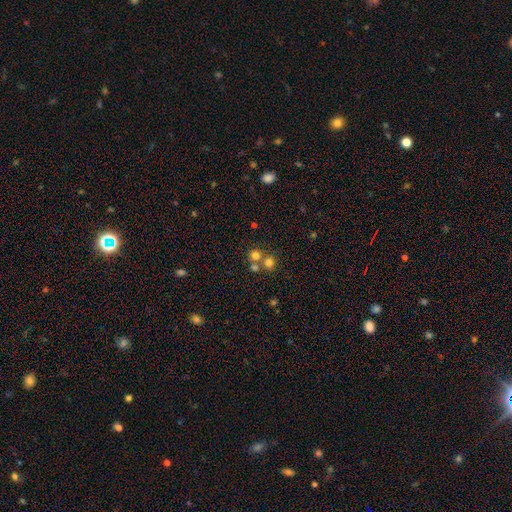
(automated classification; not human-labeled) Morphology: type=smooth (71%); roundness=round (88%); merging=none (54%).